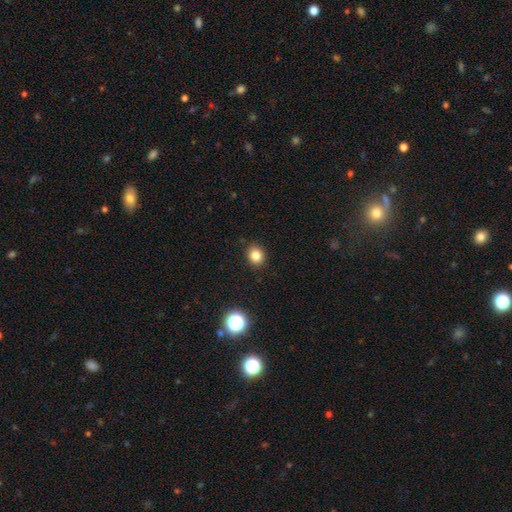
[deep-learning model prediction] Smooth or featured? Predicted: smooth (p=0.82). How rounded? Predicted: round (p=0.67). Merging? Predicted: none (p=0.90).